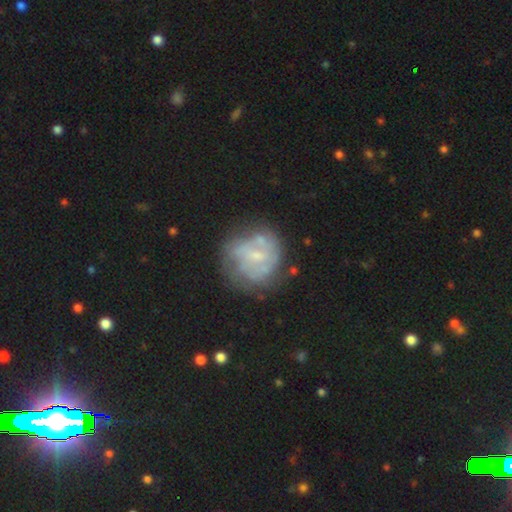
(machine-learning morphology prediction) Smooth or featured? Predicted: featured or disk (p=0.63). Edge-on disk? Predicted: no (p=0.98). Bar? Predicted: no (p=0.56). Spiral arms? Predicted: yes (p=0.51). Bulge size? Predicted: small (p=0.46). Merging? Predicted: none (p=0.54).